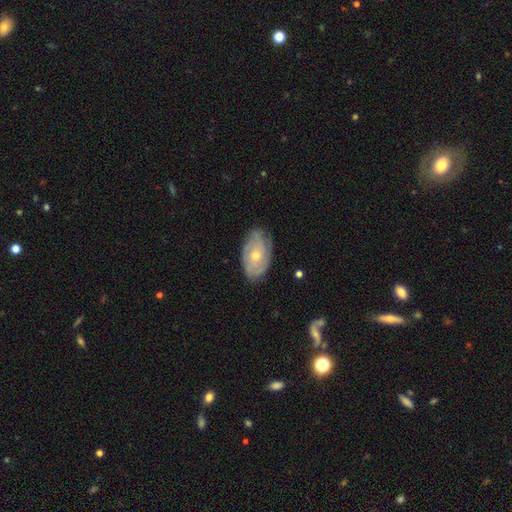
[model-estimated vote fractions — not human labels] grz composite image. It shows a featured or disk galaxy (71%) with no bar (80%), tight (65%) spiral arms (87%) and a small central bulge (53%). Merging: none (77%).